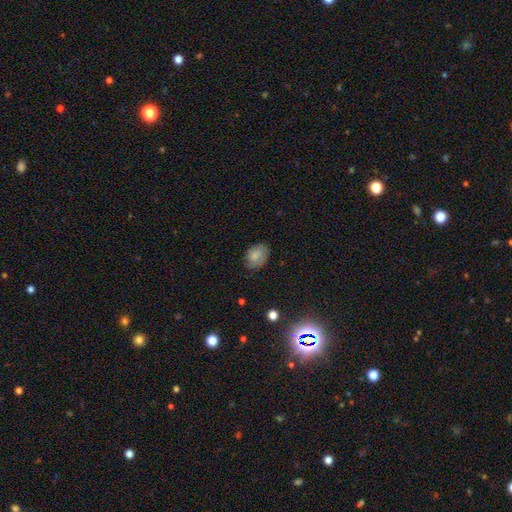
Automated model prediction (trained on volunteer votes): Morphology: type=smooth (77%); roundness=in between (72%); merging=none (66%).